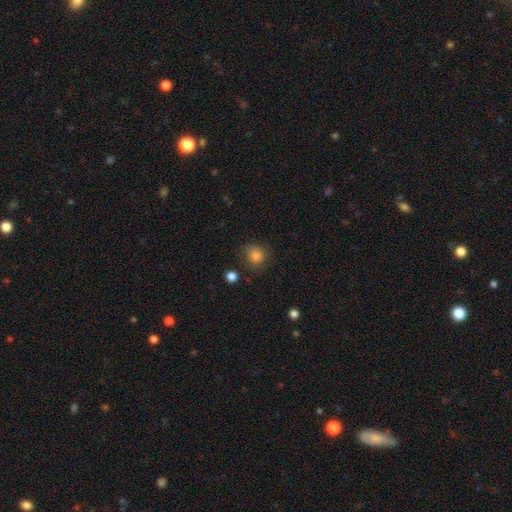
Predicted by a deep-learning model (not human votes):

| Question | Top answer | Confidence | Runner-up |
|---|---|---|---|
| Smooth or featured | smooth | 84% | star or artifact (11%) |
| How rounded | round | 87% | in between (12%) |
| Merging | none | 80% | minor disturbance (13%) |